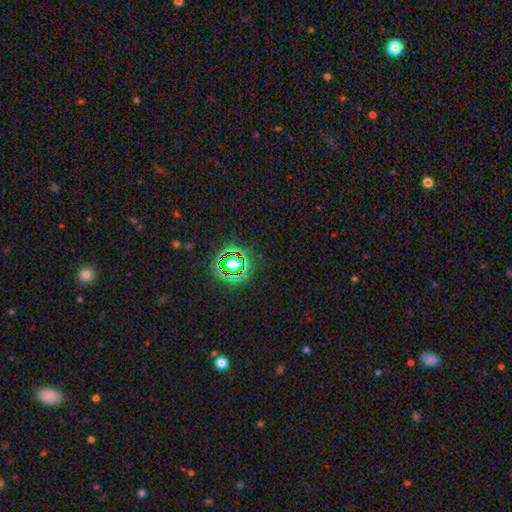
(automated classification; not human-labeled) Smooth or featured? star or artifact (80%)